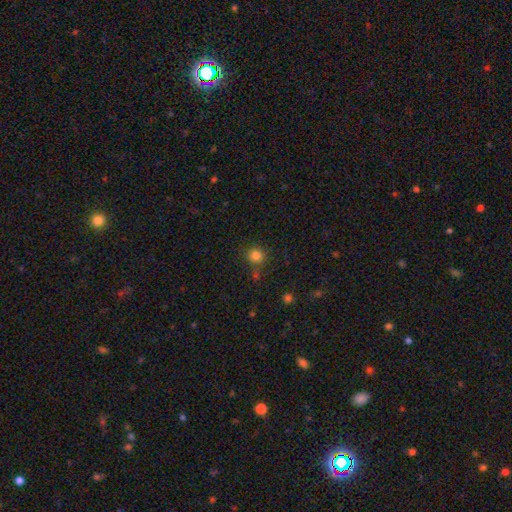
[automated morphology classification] smooth 82%, star or artifact 14%, featured or disk 5%. Down the decision tree: how rounded — round (90%); merging — none (78%).